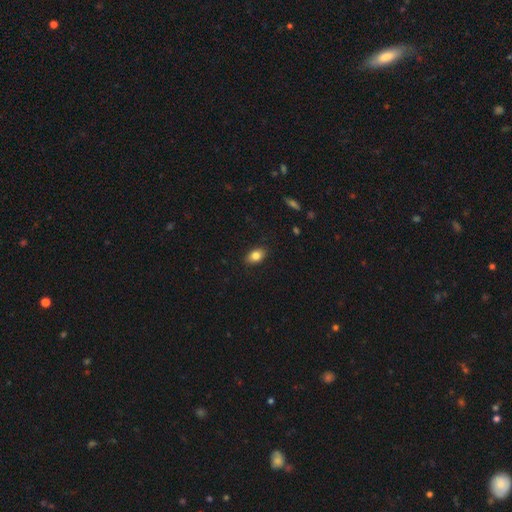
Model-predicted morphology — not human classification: Smooth or featured: smooth — 82% (featured or disk — 10%)
How rounded: in between — 84% (round — 14%)
Merging: none — 88% (minor disturbance — 9%)